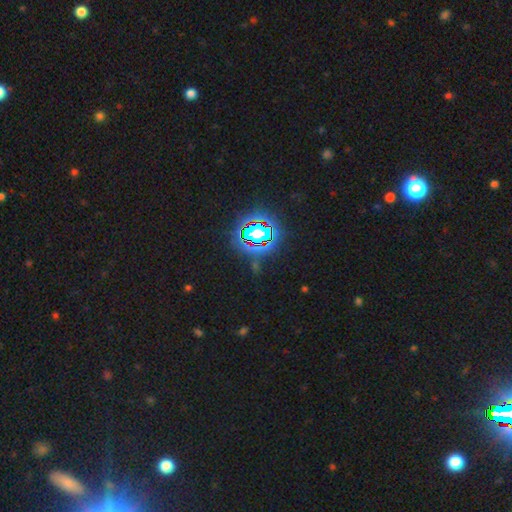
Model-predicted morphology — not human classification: Overall: star or artifact (82%).